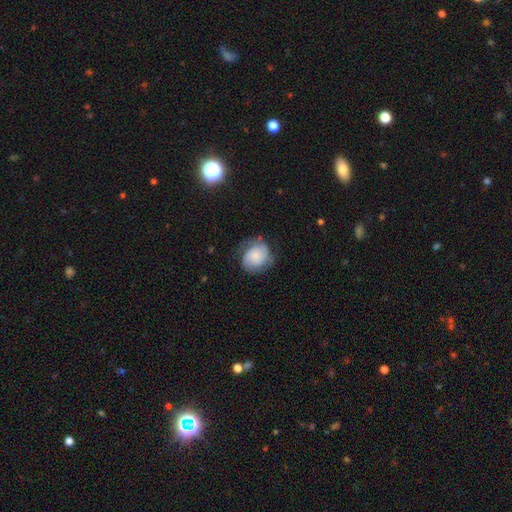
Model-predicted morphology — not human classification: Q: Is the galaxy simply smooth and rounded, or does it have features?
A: featured or disk — 49%.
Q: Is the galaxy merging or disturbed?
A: none — 61%.